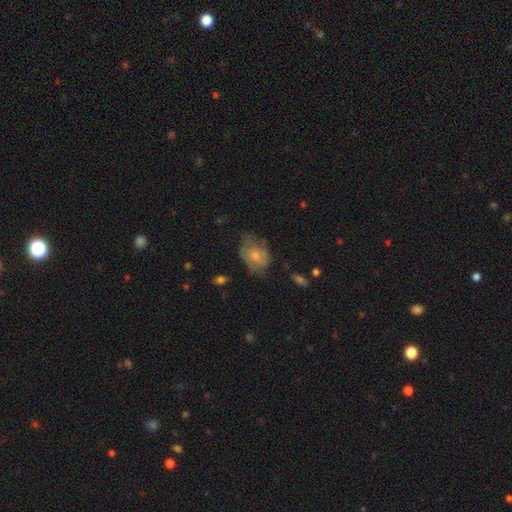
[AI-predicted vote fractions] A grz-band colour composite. It shows a smooth galaxy with no disk features (59%) that is in between round and cigar-shaped (75%). Merging: none (39%).